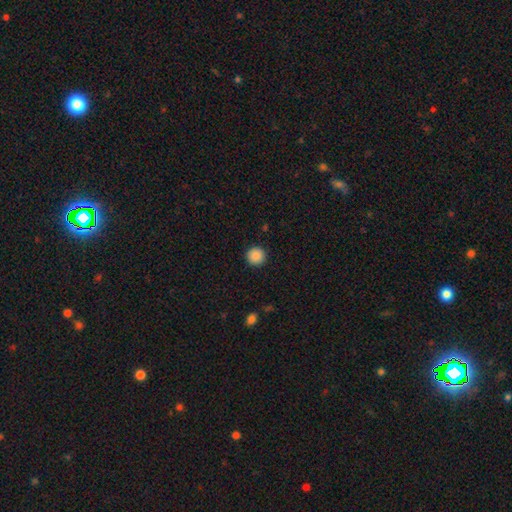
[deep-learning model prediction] Overall: smooth (88%). How rounded: round (96%). Merging: none (92%).